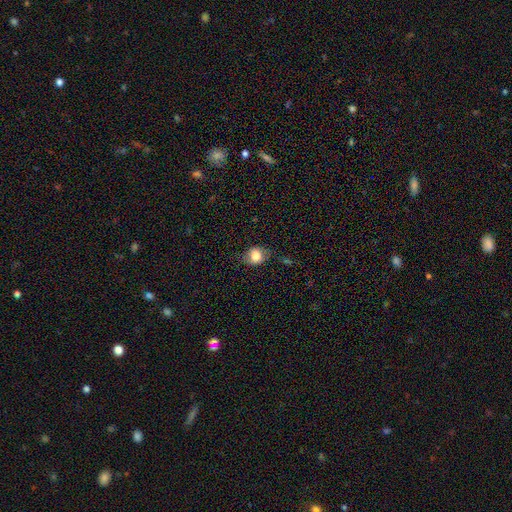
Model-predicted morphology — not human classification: smooth_or_featured: smooth (p=0.77) [alt: featured or disk p=0.13]
how_rounded: round (p=0.55) [alt: in between p=0.44]
merging: none (p=0.73) [alt: minor disturbance p=0.20]